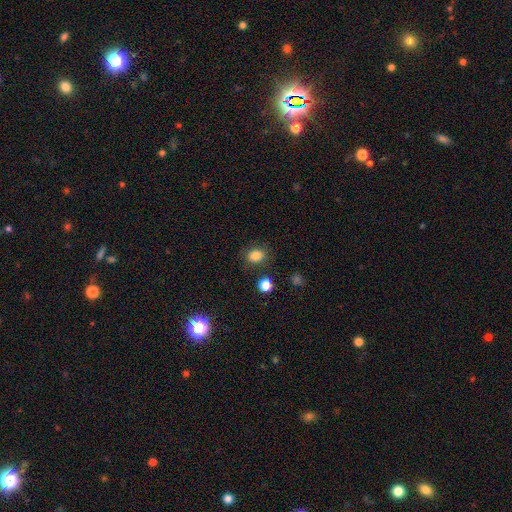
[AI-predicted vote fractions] smooth-or-featured: smooth: 84% | star or artifact: 11% | featured or disk: 5%
  how-rounded: round: 53% | in between: 46% | cigar-shaped: 1%
  merging: none: 82% | minor disturbance: 11% | major disturbance: 4% | merger: 4%